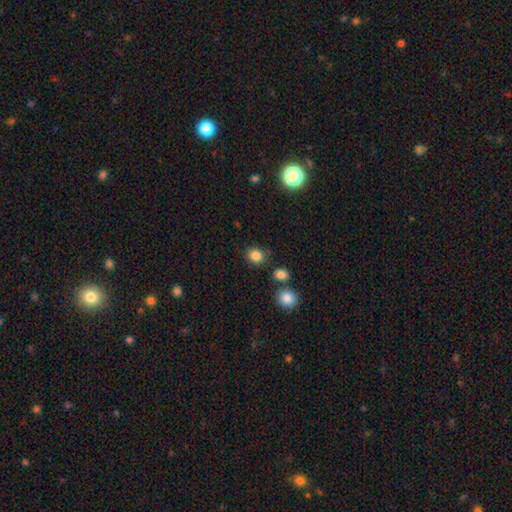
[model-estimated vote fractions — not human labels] Morphology: type=smooth (85%); roundness=round (66%); merging=none (81%).